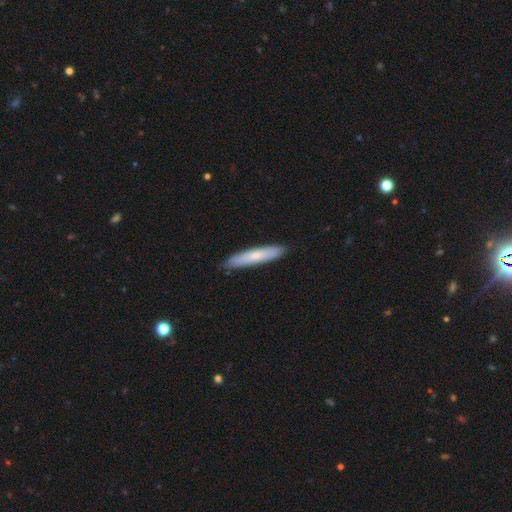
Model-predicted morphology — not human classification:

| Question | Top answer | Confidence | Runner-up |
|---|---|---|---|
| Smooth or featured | smooth | 67% | featured or disk (27%) |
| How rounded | cigar-shaped | 90% | in between (9%) |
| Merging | none | 89% | minor disturbance (9%) |